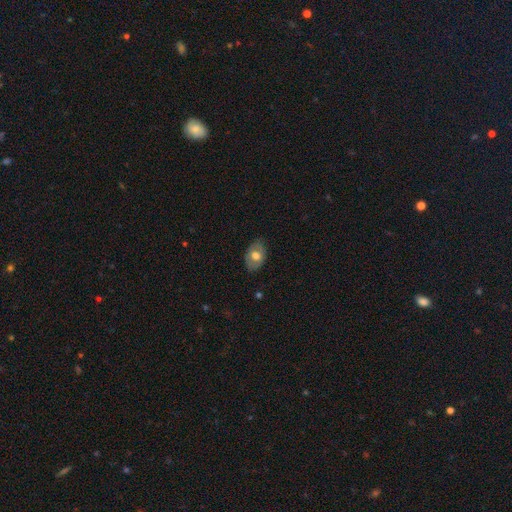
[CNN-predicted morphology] Smooth or featured: smooth — 60% (featured or disk — 33%)
How rounded: in between — 81% (round — 17%)
Merging: none — 78% (minor disturbance — 17%)